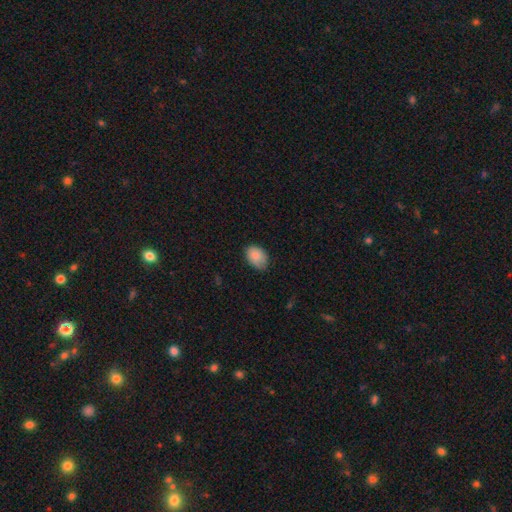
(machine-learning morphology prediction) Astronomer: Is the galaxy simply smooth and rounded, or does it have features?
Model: smooth — 87%.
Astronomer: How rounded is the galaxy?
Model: in between — 82%.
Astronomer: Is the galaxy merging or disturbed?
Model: none — 68%.